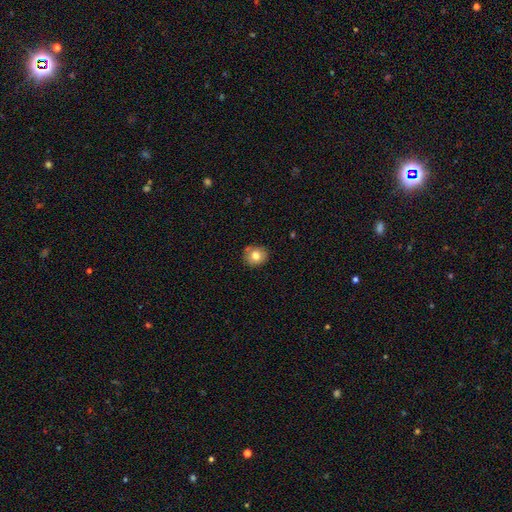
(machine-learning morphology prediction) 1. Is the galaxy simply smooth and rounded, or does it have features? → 77% smooth, 13% featured or disk, 10% star or artifact.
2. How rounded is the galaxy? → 81% round, 18% in between, 1% cigar-shaped.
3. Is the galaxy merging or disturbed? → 82% none, 12% minor disturbance, 3% merger, 2% major disturbance.